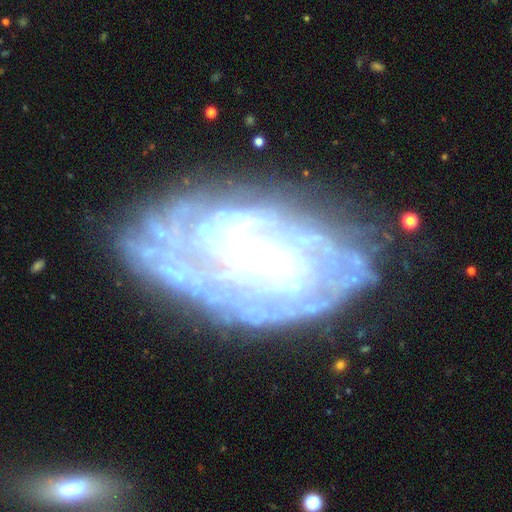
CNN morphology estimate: Overall: featured or disk (82%). Edge-on disk: no (95%). Bar: no (56%; weak 29%). Spiral arms: yes (84%). Spiral arm count: can't tell (48%; 2 14%). Spiral winding: tight (69%). Bulge size: small (63%). Merging: none (63%).